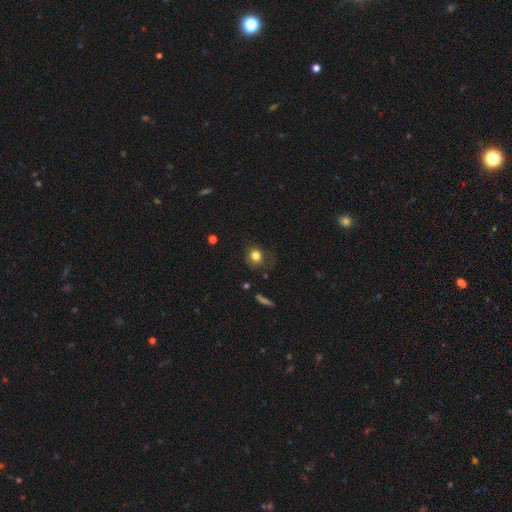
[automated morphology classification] Smooth or featured?
  - smooth: 80% *
  - star or artifact: 12%
  - featured or disk: 8%
How rounded?
  - round: 79% *
  - in between: 20%
  - cigar-shaped: 1%
Merging?
  - none: 74% *
  - minor disturbance: 18%
  - major disturbance: 6%
  - merger: 2%